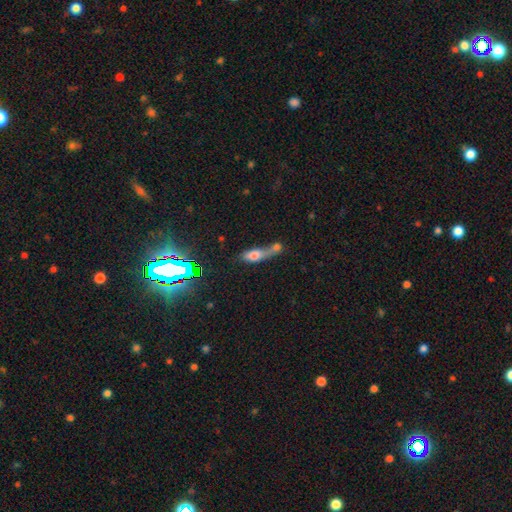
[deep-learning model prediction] smooth 36%, star or artifact 34%, featured or disk 30%. Down the decision tree: merging — none (41%).